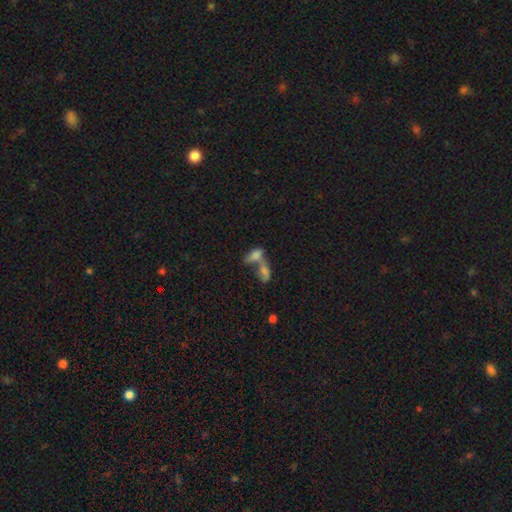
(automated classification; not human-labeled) Smooth or featured: smooth — 65% (featured or disk — 23%)
How rounded: in between — 77% (cigar-shaped — 15%)
Merging: merger — 71% (none — 16%)